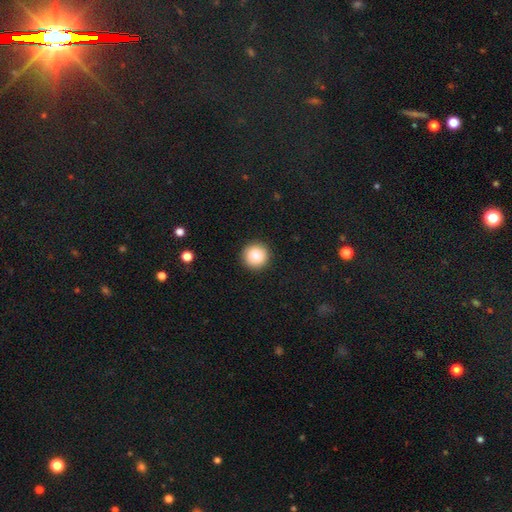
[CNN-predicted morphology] type=smooth (85%); roundness=round (95%); merging=none (92%).